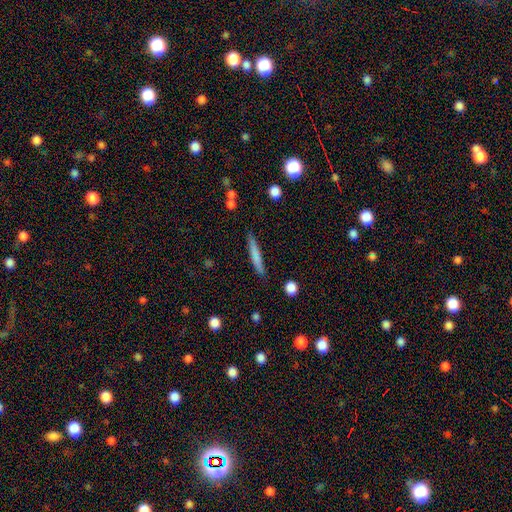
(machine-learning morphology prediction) This is likely a smooth galaxy (67%). How rounded: clearly cigar-shaped (93%). Merging: clearly none (82%).